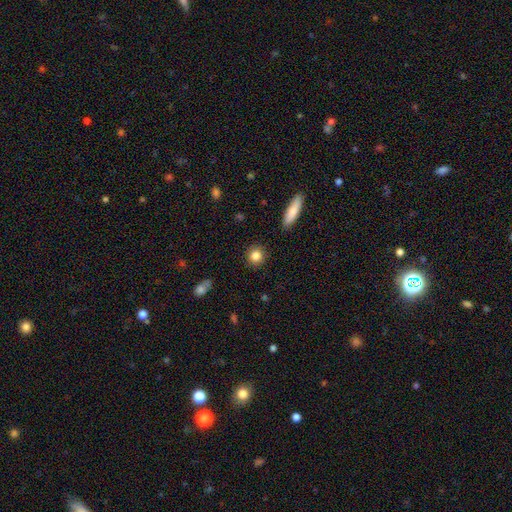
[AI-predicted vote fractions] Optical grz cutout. It shows a smooth galaxy with no disk features (84%) that is round (88%). Merging: none (91%).